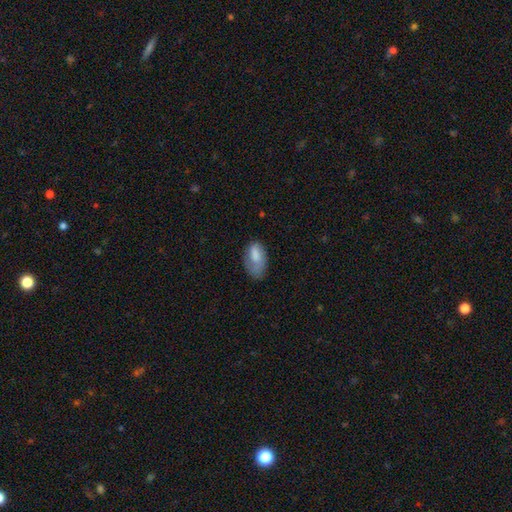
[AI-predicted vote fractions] The model was most divided on "merging": none: 45%, minor disturbance: 33%, major disturbance: 21%, merger: 2%. More confident: how rounded — in between (92%); smooth or featured — smooth (75%).